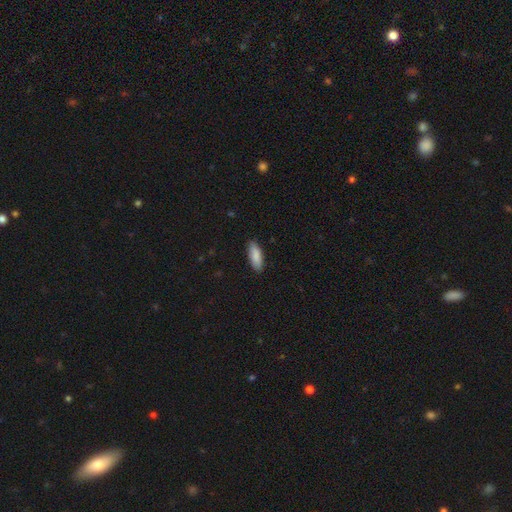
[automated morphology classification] Smooth or featured: smooth — 88% (featured or disk — 7%)
How rounded: in between — 67% (cigar-shaped — 31%)
Merging: none — 87% (minor disturbance — 10%)